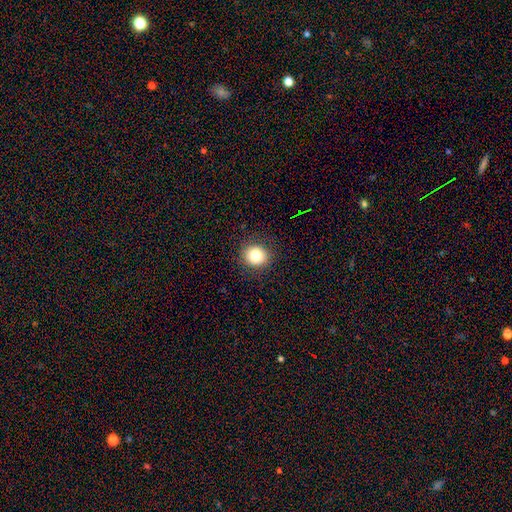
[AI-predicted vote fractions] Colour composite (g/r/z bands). It shows a smooth galaxy with no disk features (82%) that is round (84%). Merging: none (90%).